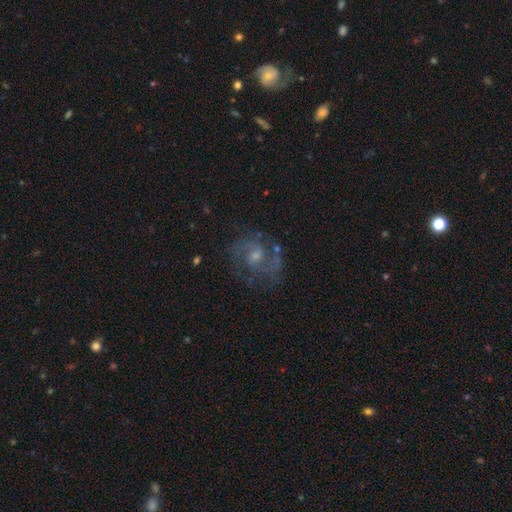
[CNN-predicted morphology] Smooth or featured: featured or disk — 81% (smooth — 11%)
Edge-on disk: no — 98% (yes — 2%)
Bar: weak — 50% (no — 41%)
Spiral arms: yes — 93% (no — 7%)
Spiral winding: medium — 57% (tight — 24%)
Spiral arm count: 2 — 81% (can't tell — 9%)
Bulge size: small — 48% (moderate — 41%)
Merging: none — 70% (minor disturbance — 17%)